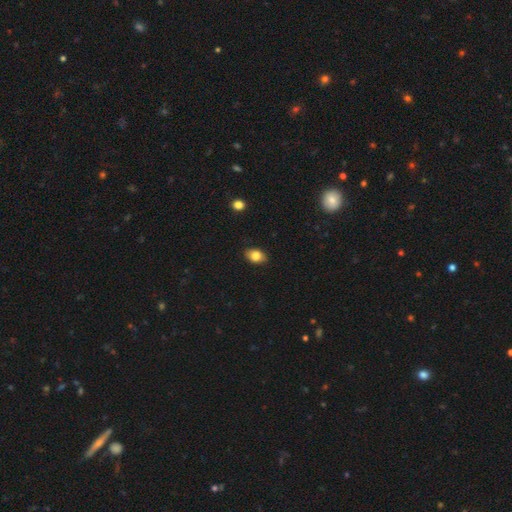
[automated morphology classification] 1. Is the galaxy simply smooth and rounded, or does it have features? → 83% smooth, 9% star or artifact, 9% featured or disk.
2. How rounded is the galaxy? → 81% in between, 18% round, 1% cigar-shaped.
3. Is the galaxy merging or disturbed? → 87% none, 10% minor disturbance, 2% major disturbance, 1% merger.